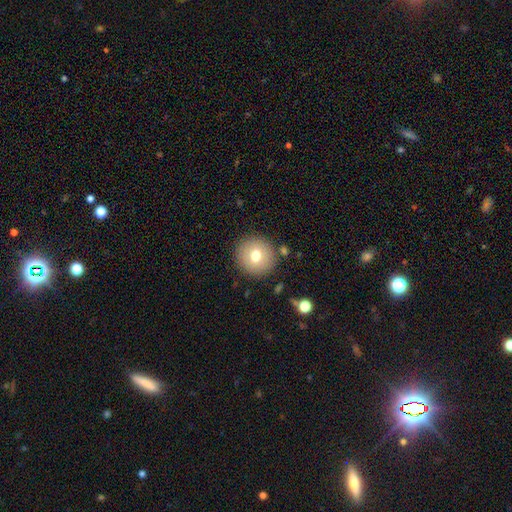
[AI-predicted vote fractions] This is likely a smooth galaxy (73%). How rounded: clearly round (94%). Merging: clearly none (87%).